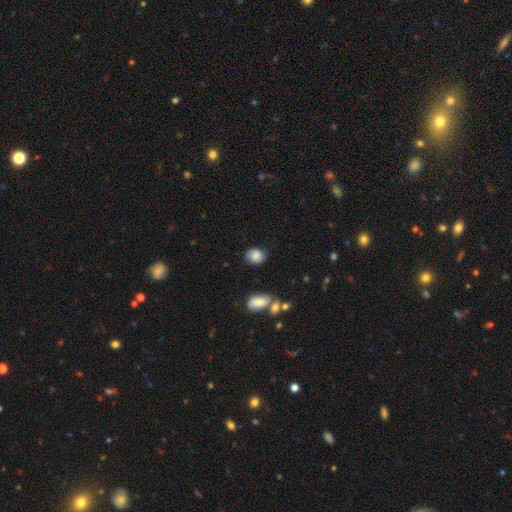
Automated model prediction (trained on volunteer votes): smooth-or-featured: smooth: 80% | featured or disk: 11% | star or artifact: 9%
  how-rounded: round: 51% | in between: 48% | cigar-shaped: 1%
  merging: none: 74% | minor disturbance: 18% | major disturbance: 5% | merger: 3%